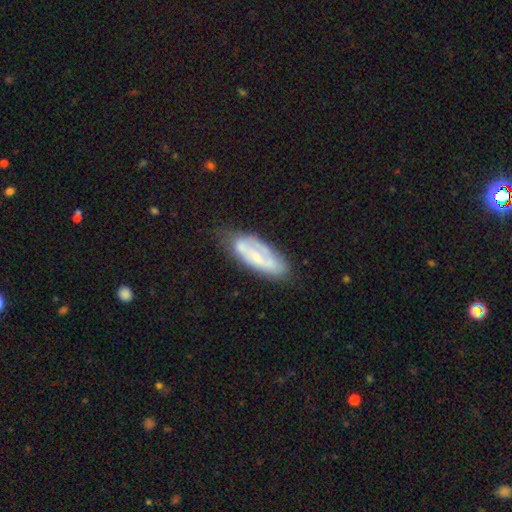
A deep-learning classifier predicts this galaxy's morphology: featured or disk 60%, smooth 33%, star or artifact 7%. Down the decision tree: edge-on disk — no (88%); bar — no (49%); spiral arms — yes (58%); bulge size — small (53%); merging — none (58%).